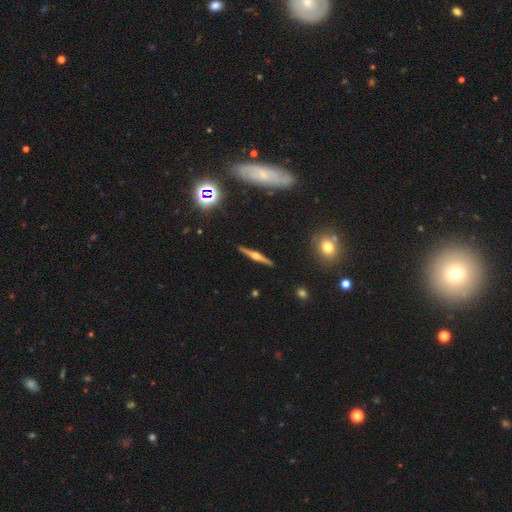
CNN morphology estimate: smooth-or-featured: featured or disk: 78% | smooth: 15% | star or artifact: 7%
  disk-edge-on: yes: 98% | no: 2%
    edge-on-bulge: rounded: 89% | boxy: 8% | none: 3%
  merging: none: 91% | minor disturbance: 6% | major disturbance: 1% | merger: 1%